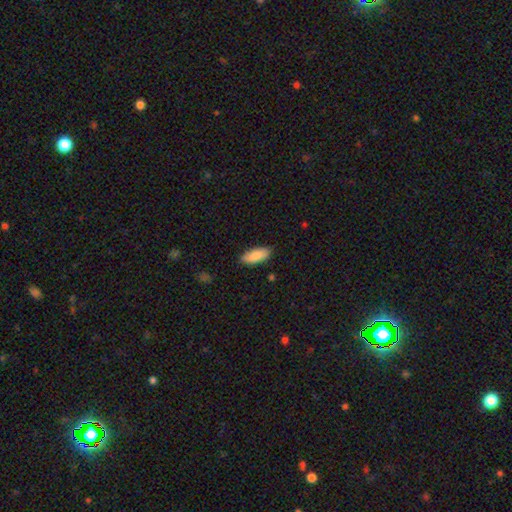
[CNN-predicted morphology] smooth_or_featured: smooth (p=0.87) [alt: featured or disk p=0.07]
how_rounded: in between (p=0.84) [alt: cigar-shaped p=0.15]
merging: none (p=0.84) [alt: minor disturbance p=0.13]